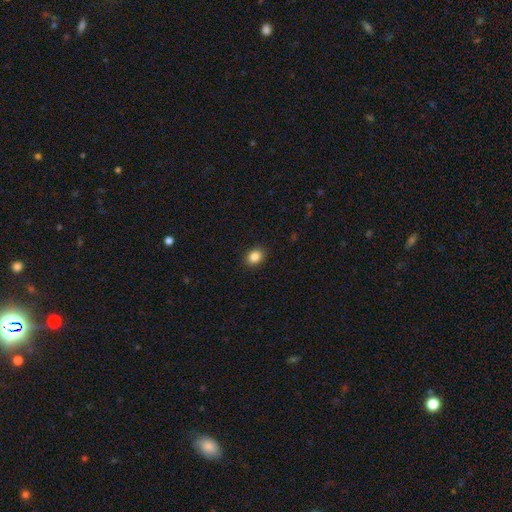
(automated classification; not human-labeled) The model was most divided on "how rounded": round: 54%, in between: 46%, cigar-shaped: 1%. More confident: merging — none (91%); smooth or featured — smooth (86%).